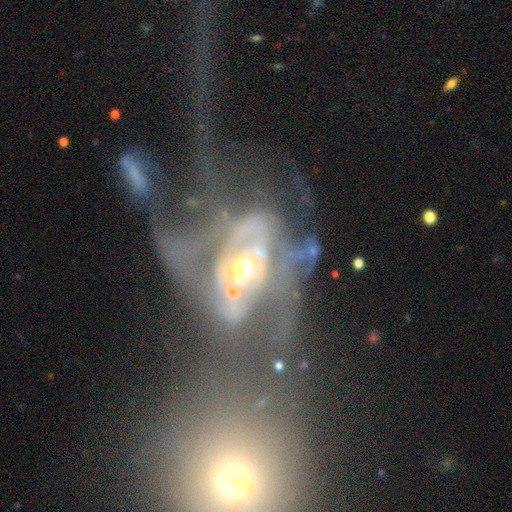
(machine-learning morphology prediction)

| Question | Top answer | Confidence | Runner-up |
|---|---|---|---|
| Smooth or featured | featured or disk | 75% | star or artifact (13%) |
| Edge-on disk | no | 94% | yes (6%) |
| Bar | no | 64% | weak (23%) |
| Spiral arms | yes | 65% | no (35%) |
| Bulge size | moderate | 48% | small (38%) |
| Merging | merger | 57% | major disturbance (29%) |